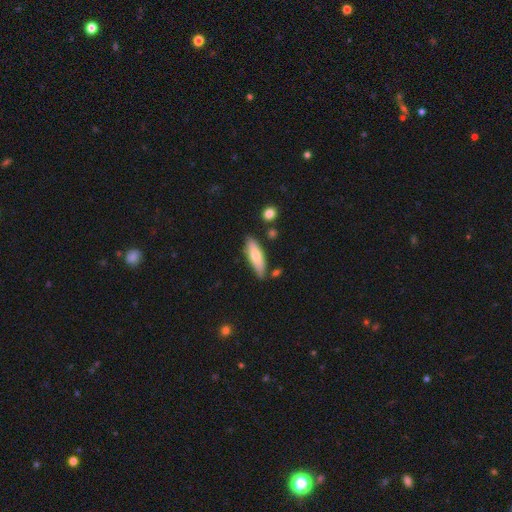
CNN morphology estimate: smooth-or-featured: smooth: 66% | featured or disk: 28% | star or artifact: 6%
  how-rounded: in between: 50% | cigar-shaped: 48% | round: 2%
  merging: none: 76% | minor disturbance: 16% | merger: 5% | major disturbance: 3%